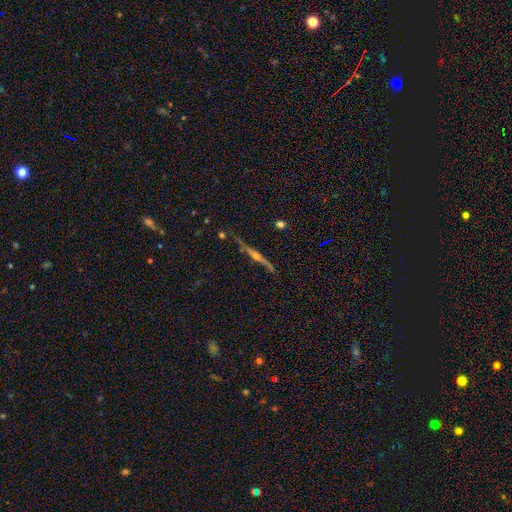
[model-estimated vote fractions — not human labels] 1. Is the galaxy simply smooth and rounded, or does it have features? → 80% featured or disk, 11% smooth, 9% star or artifact.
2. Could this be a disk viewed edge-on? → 97% yes, 3% no.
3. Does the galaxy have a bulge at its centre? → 84% rounded, 9% none, 7% boxy.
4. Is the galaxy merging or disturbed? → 85% none, 10% minor disturbance, 2% major disturbance, 2% merger.